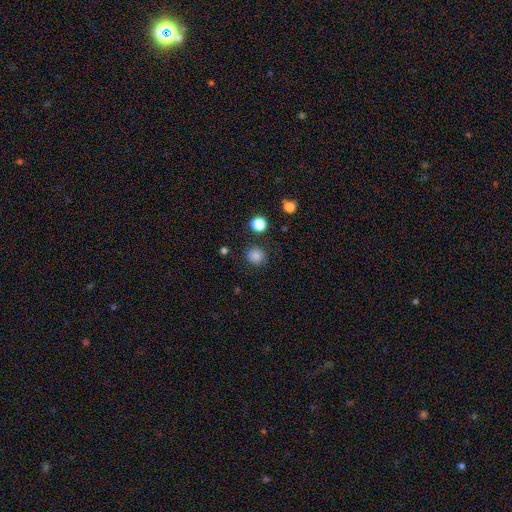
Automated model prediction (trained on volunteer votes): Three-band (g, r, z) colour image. It shows a smooth galaxy with no disk features (84%) that is round (91%). Merging: none (88%).